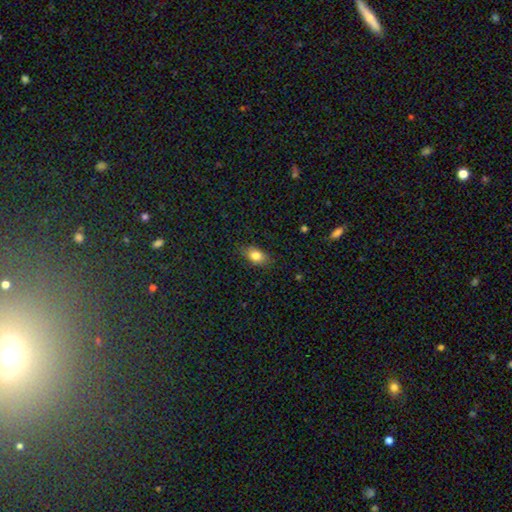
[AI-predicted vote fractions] The model was most divided on "smooth or featured": smooth: 81%, featured or disk: 10%, star or artifact: 9%. More confident: how rounded — in between (85%); merging — none (85%).